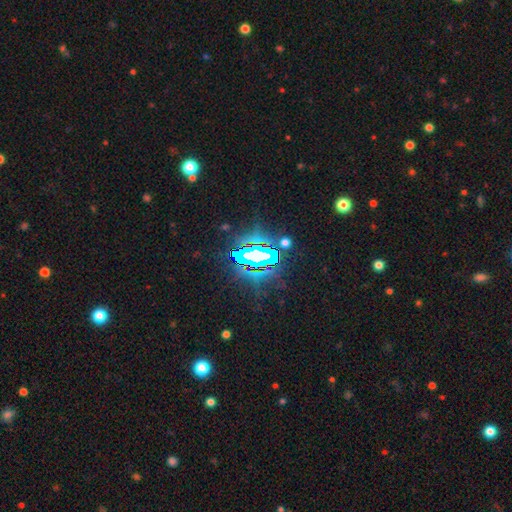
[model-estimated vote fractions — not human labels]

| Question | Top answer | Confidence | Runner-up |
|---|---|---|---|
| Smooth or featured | star or artifact | 74% | featured or disk (13%) |